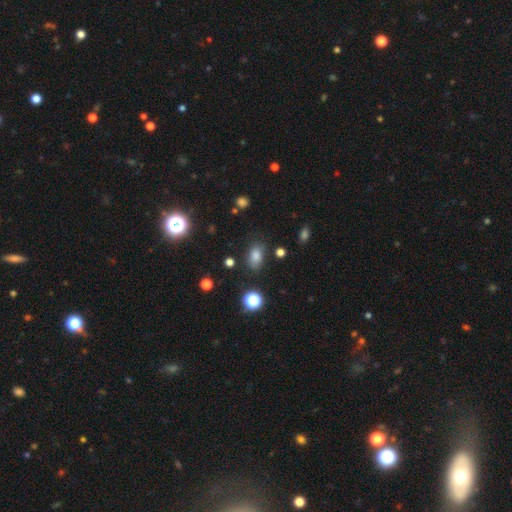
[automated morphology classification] smooth-or-featured: smooth: 77% | star or artifact: 16% | featured or disk: 7%
  how-rounded: in between: 84% | round: 14% | cigar-shaped: 2%
  merging: none: 76% | minor disturbance: 15% | major disturbance: 5% | merger: 3%